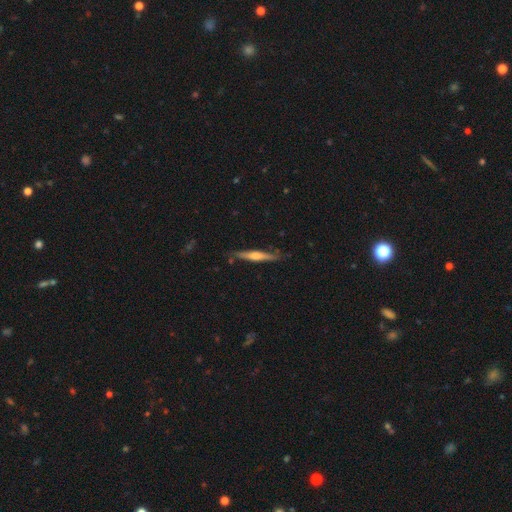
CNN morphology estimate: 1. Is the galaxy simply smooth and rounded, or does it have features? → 53% featured or disk, 42% smooth, 6% star or artifact.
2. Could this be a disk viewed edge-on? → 96% yes, 4% no.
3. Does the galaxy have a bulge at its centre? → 72% rounded, 16% none, 12% boxy.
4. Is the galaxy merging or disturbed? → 81% none, 14% minor disturbance, 2% major disturbance, 2% merger.